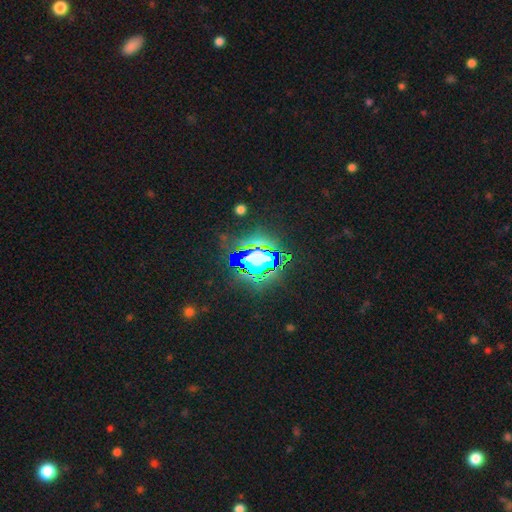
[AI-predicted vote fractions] Q: Smooth or featured?
A: star or artifact (70%); runner-up: smooth (17%)